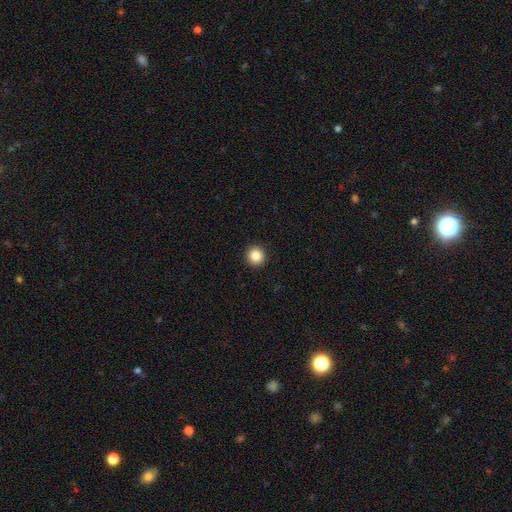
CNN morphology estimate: Smooth or featured? smooth (86%)
How rounded? round (95%)
Merging? none (93%)